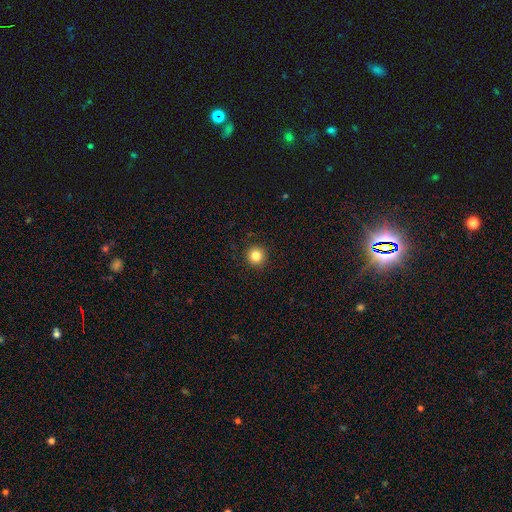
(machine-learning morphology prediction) This appears to be a smooth galaxy with no disk features (84%) that is round (96%). Merging: none (93%).